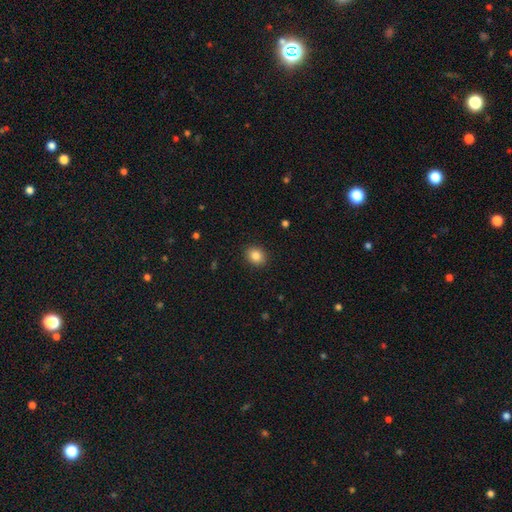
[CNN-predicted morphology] type=smooth (85%); roundness=round (63%); merging=none (90%).